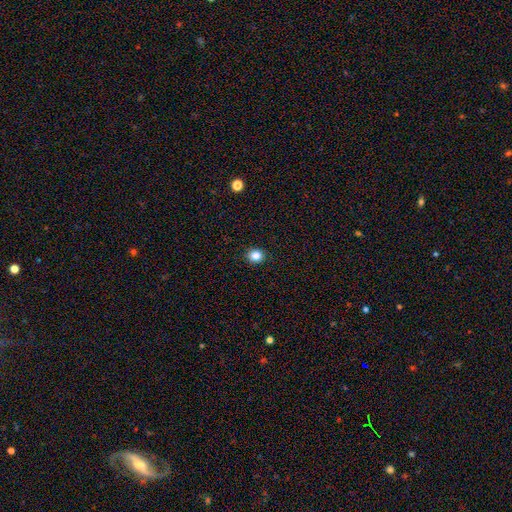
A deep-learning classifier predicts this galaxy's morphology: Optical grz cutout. It shows a smooth galaxy with no disk features (84%) that is round (73%). Merging: none (92%).